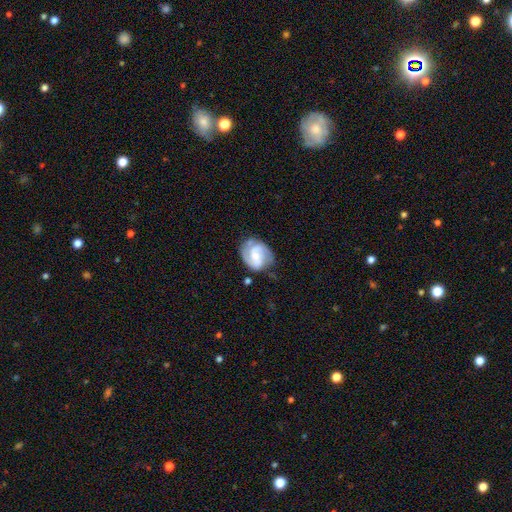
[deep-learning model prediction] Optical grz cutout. It shows a featured or disk galaxy (80%) with a weak bar (45%), 2 (83%) medium (49%) spiral arms (95%) and a small central bulge (49%). Merging: none (66%).